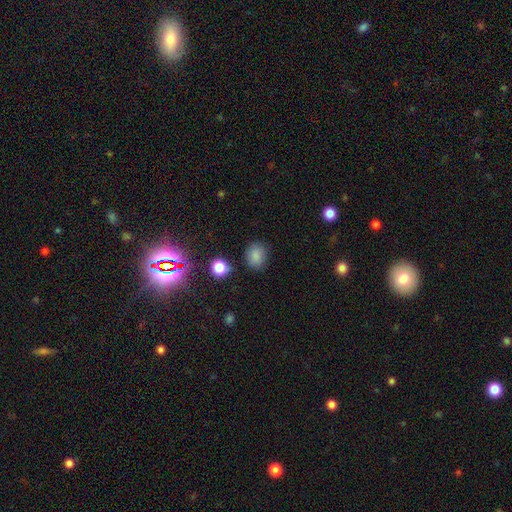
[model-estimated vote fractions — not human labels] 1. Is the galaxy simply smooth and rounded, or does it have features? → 82% smooth, 14% star or artifact, 5% featured or disk.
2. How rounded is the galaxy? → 58% round, 41% in between, 1% cigar-shaped.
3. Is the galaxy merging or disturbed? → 81% none, 12% minor disturbance, 4% major disturbance, 3% merger.